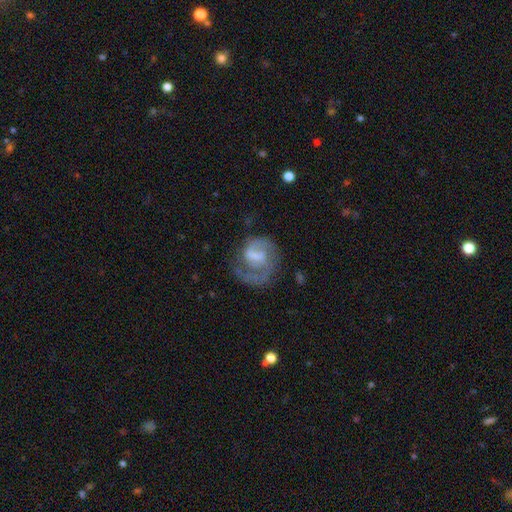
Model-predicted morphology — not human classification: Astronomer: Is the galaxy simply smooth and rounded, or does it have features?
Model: featured or disk — 74%.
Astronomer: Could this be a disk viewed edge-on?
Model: no — 98%.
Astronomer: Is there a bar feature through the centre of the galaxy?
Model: weak — 54%.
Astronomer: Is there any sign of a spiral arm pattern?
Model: yes — 89%.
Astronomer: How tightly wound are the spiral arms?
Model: medium — 45% (runner-up: tight, 33%).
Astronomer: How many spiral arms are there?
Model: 2 — 46% (runner-up: 1, 36%).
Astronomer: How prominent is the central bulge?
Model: none — 31% (runner-up: moderate, 30%).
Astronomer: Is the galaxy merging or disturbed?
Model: none — 49% (runner-up: major disturbance, 28%).